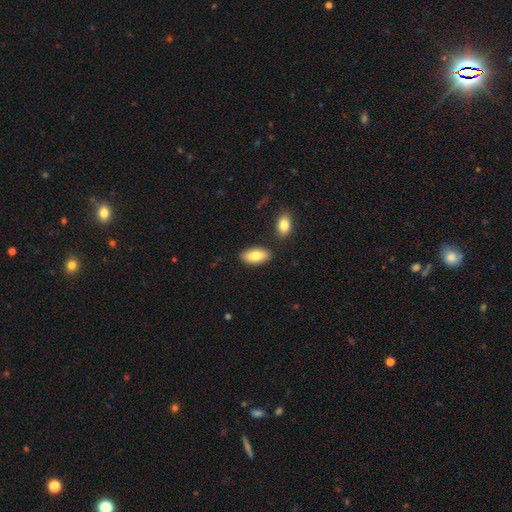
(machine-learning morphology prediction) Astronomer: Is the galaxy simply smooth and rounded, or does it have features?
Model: smooth — 81%.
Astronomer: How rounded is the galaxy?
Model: in between — 92%.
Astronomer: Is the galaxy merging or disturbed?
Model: none — 83%.